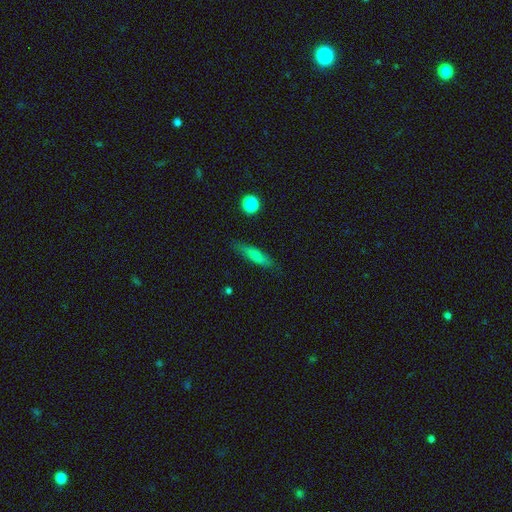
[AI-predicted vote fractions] Overall: smooth (73%). How rounded: cigar-shaped (72%). Merging: none (81%).